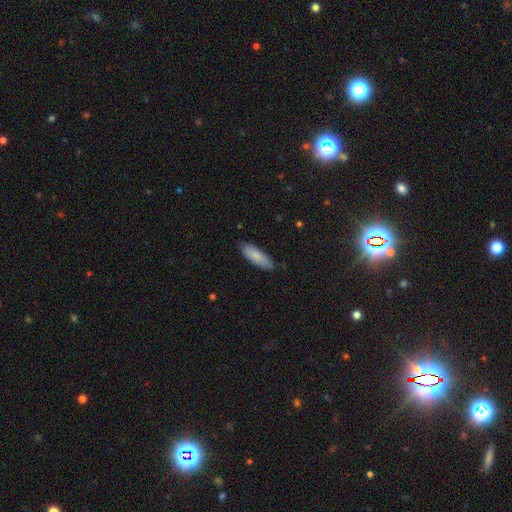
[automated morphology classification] type=smooth (83%); roundness=in between (59%); merging=none (84%).